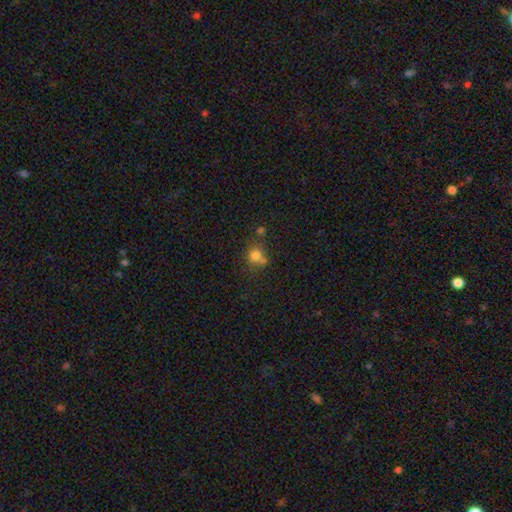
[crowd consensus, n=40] Smooth or featured: smooth — 90% (featured or disk — 5%)
How rounded: round — 75% (in between — 25%)
Merging: none — 34% (tied with merger — 34%)